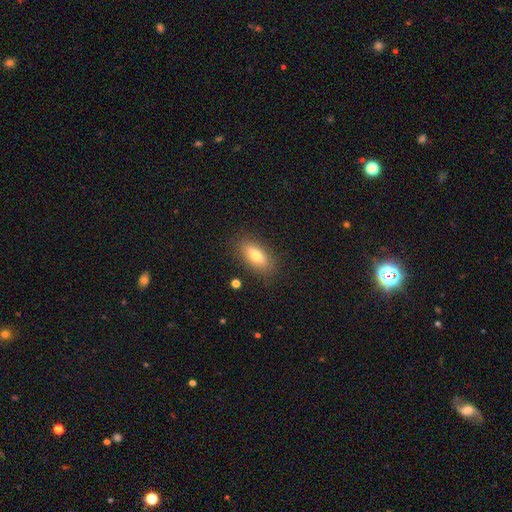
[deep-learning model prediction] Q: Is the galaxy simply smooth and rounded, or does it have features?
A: smooth — 69%.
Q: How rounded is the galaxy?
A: in between — 75%.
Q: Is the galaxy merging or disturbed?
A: none — 85%.